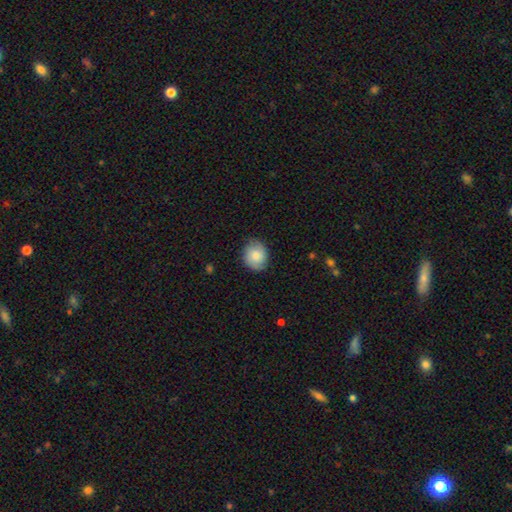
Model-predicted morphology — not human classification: type=smooth (72%); roundness=round (65%); merging=none (79%).